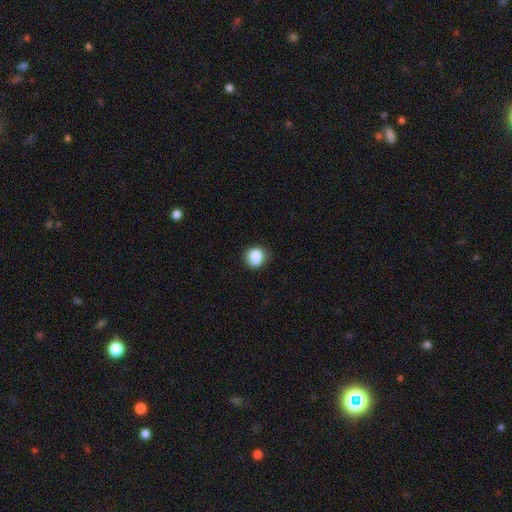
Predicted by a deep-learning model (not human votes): The model was most divided on "how rounded": round: 73%, in between: 26%, cigar-shaped: 1%. More confident: smooth or featured — smooth (85%); merging — none (72%).